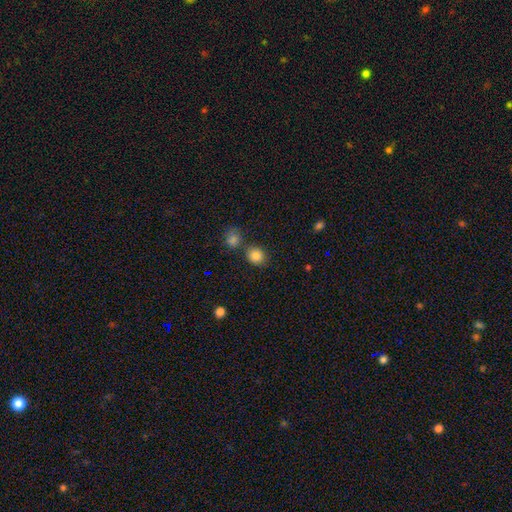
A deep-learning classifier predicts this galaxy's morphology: The model was most divided on "how rounded": round: 78%, in between: 21%, cigar-shaped: 1%. More confident: smooth or featured — smooth (85%); merging — none (71%).